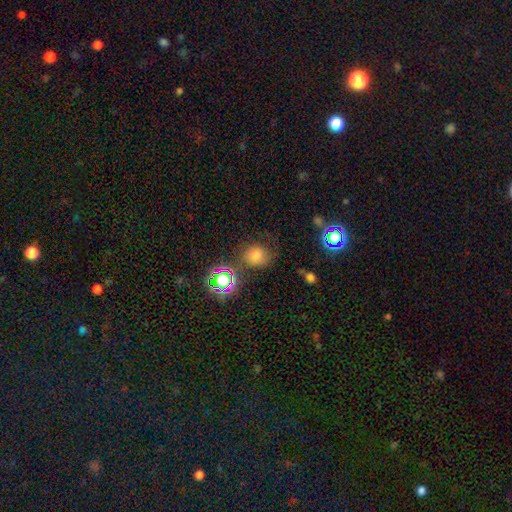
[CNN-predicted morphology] smooth-or-featured: smooth: 68% | star or artifact: 22% | featured or disk: 11%
  how-rounded: round: 72% | in between: 27% | cigar-shaped: 1%
  merging: none: 65% | minor disturbance: 19% | major disturbance: 9% | merger: 6%